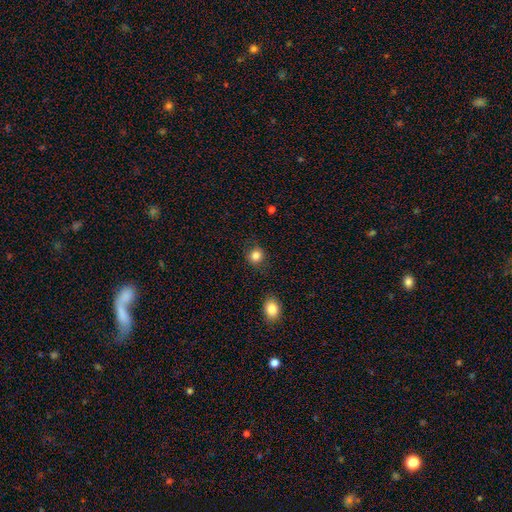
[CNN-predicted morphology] Smooth or featured?
  - smooth: 85% *
  - star or artifact: 11%
  - featured or disk: 5%
How rounded?
  - round: 84% *
  - in between: 15%
  - cigar-shaped: 1%
Merging?
  - none: 82% *
  - minor disturbance: 12%
  - major disturbance: 4%
  - merger: 2%